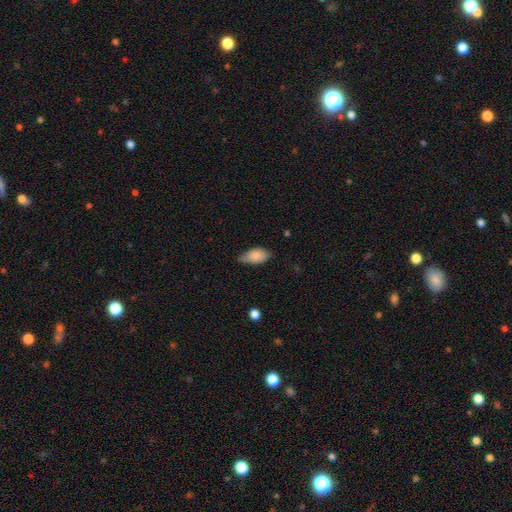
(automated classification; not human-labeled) smooth-or-featured: smooth: 84% | featured or disk: 9% | star or artifact: 7%
  how-rounded: in between: 92% | round: 4% | cigar-shaped: 4%
  merging: none: 52% | minor disturbance: 39% | major disturbance: 7% | merger: 2%